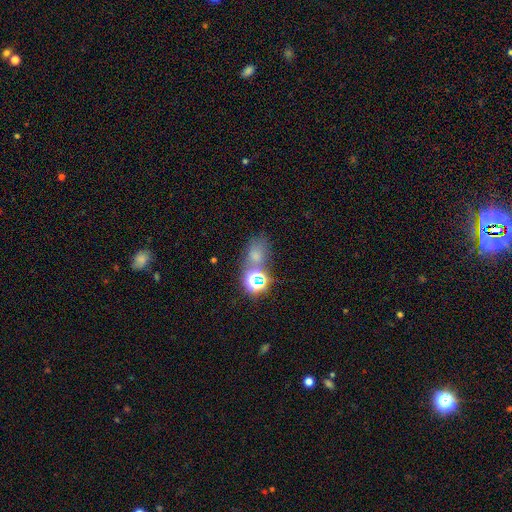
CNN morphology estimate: This is possibly a smooth galaxy (57%). How rounded: likely in between (61%). Merging: possibly none (50%).